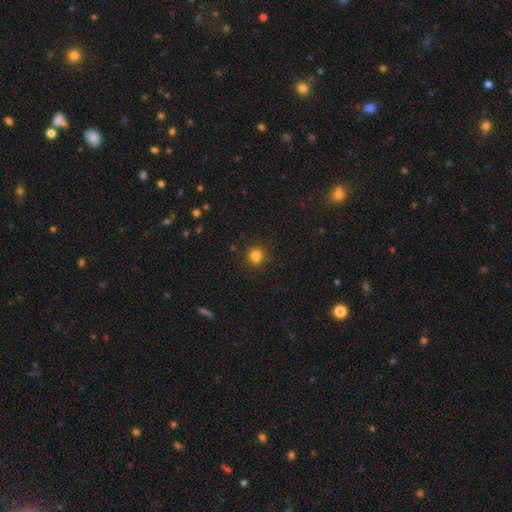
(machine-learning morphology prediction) This appears to be a smooth galaxy with no disk features (83%) that is round (91%). Merging: none (90%).